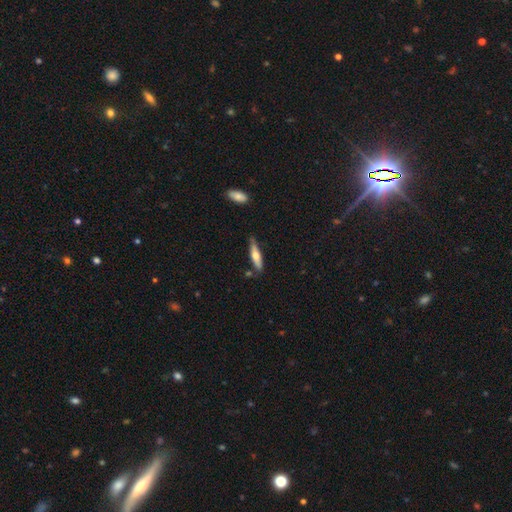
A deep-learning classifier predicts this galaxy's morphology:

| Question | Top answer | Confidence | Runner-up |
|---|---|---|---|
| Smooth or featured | smooth | 52% | featured or disk (42%) |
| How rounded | cigar-shaped | 78% | in between (20%) |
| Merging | none | 77% | minor disturbance (16%) |